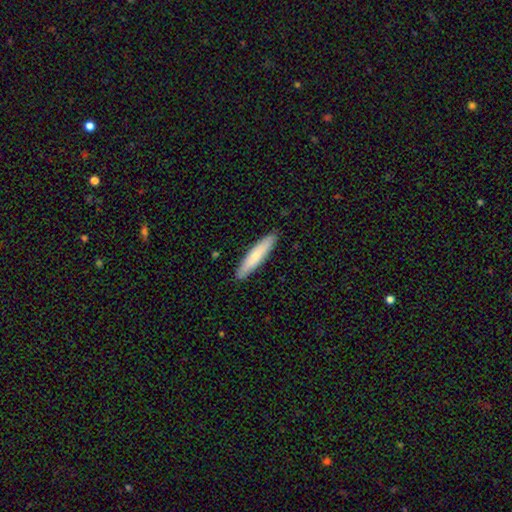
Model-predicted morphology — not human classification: Overall: smooth (75%). How rounded: cigar-shaped (89%). Merging: none (91%).